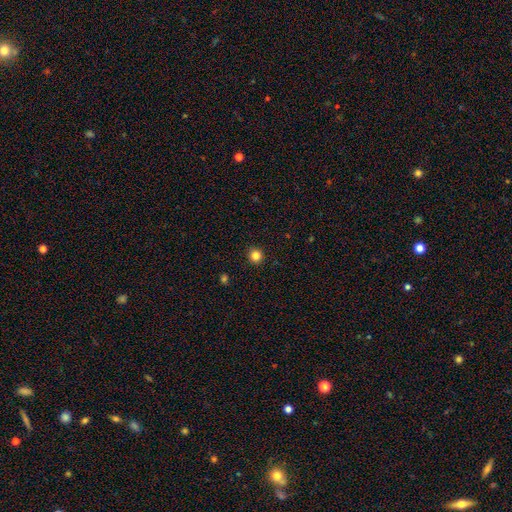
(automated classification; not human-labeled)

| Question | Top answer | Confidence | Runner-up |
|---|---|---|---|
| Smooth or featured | smooth | 84% | star or artifact (12%) |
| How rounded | round | 93% | in between (6%) |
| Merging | none | 93% | minor disturbance (4%) |